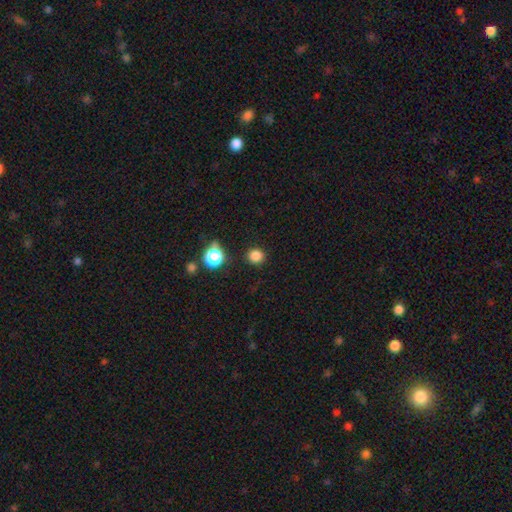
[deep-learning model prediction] smooth_or_featured: smooth (p=0.82) [alt: star or artifact p=0.14]
how_rounded: round (p=0.92) [alt: in between p=0.07]
merging: none (p=0.89) [alt: minor disturbance p=0.07]